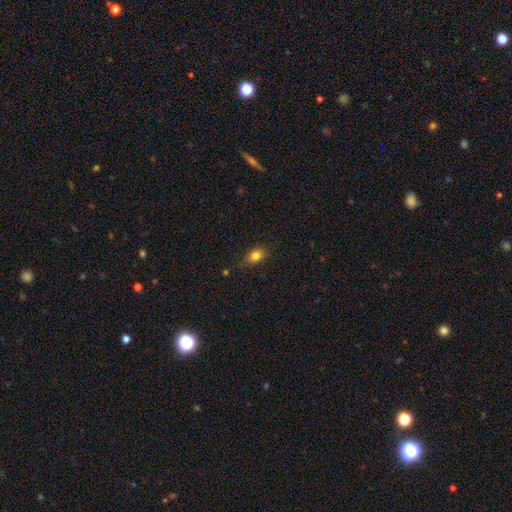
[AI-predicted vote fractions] This is clearly a smooth galaxy (82%). How rounded: likely in between (72%). Merging: likely none (72%).